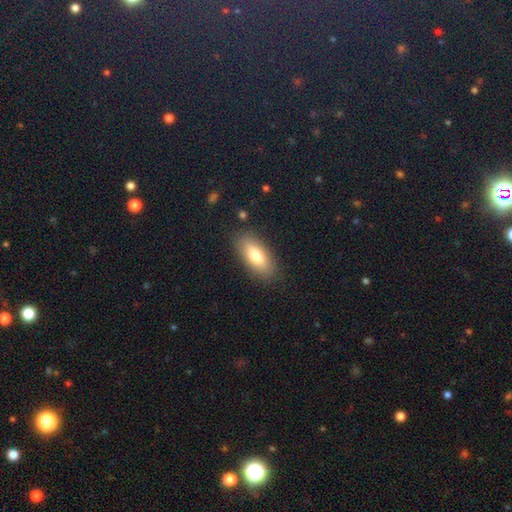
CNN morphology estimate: Smooth or featured: smooth — 75% (featured or disk — 18%)
How rounded: in between — 81% (cigar-shaped — 16%)
Merging: none — 86% (minor disturbance — 10%)